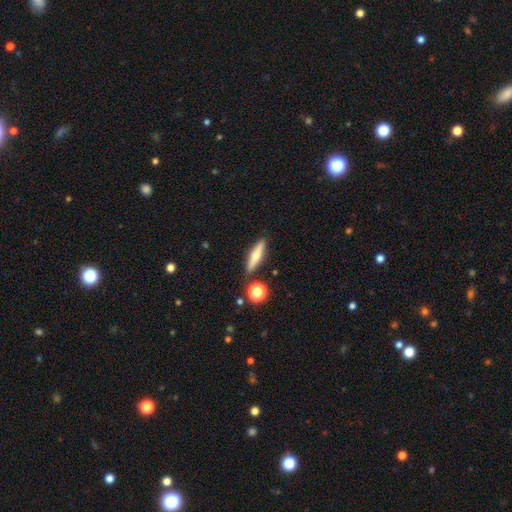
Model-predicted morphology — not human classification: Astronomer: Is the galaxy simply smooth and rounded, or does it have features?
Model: featured or disk — 46%, tied with smooth at 46%.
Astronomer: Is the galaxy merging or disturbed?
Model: none — 86%.